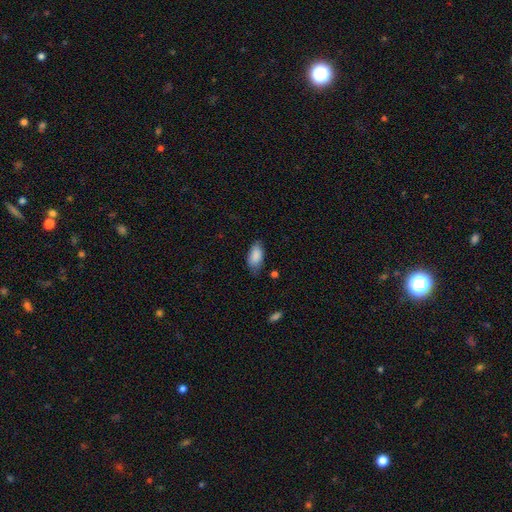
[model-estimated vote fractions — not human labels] smooth 88%, star or artifact 6%, featured or disk 6%. Down the decision tree: how rounded — in between (92%); merging — none (71%).